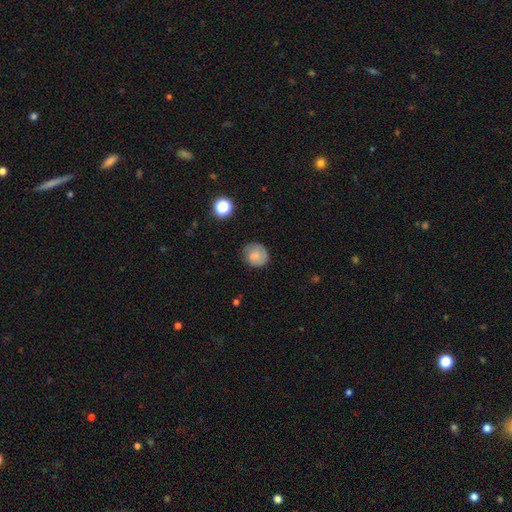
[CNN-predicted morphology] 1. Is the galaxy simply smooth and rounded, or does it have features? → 68% smooth, 22% featured or disk, 10% star or artifact.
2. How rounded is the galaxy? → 80% round, 20% in between, 1% cigar-shaped.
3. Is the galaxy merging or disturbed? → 72% none, 20% minor disturbance, 6% major disturbance, 2% merger.